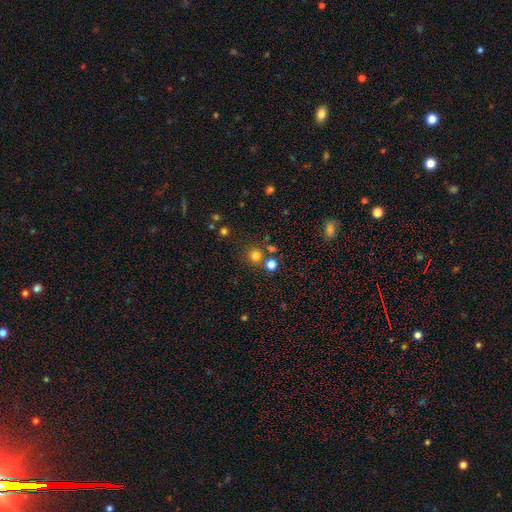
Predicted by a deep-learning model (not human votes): A smooth galaxy with no disk features (76%) that is round (92%). Merging: none (80%).